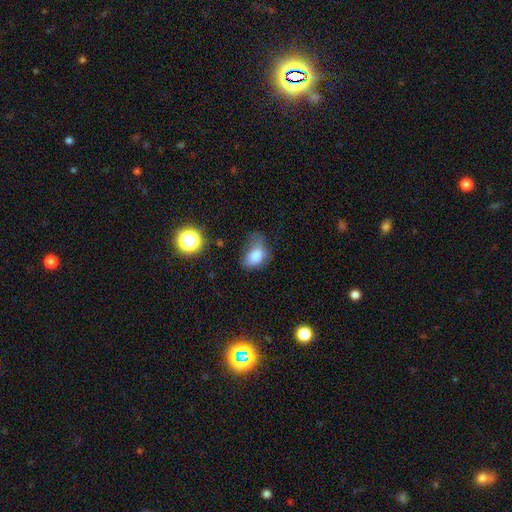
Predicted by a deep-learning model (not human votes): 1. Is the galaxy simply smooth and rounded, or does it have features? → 77% smooth, 12% featured or disk, 11% star or artifact.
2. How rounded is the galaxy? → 80% in between, 19% round, 2% cigar-shaped.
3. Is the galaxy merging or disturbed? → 36% minor disturbance, 31% major disturbance, 29% none, 4% merger.